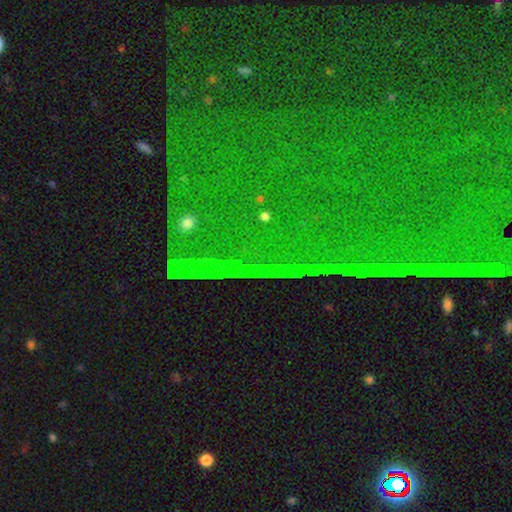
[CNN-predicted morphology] A star or artifact, not a galaxy (87%).